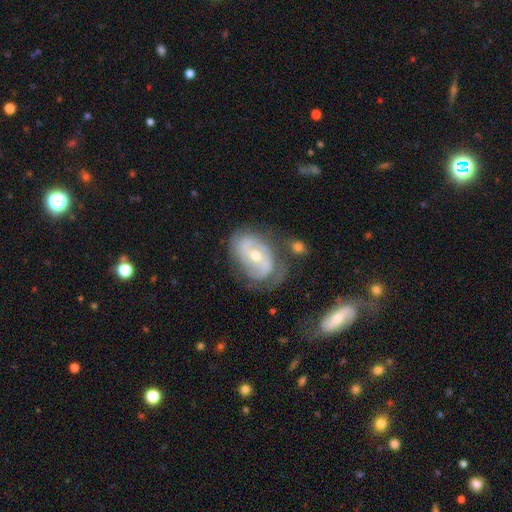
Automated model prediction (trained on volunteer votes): This is likely a featured or disk galaxy (80%). It is clearly not viewed edge-on (95%). Bar: marginally weak (41%). Spiral arm pattern: clearly yes (88%). Spiral arm count: likely 2 (63%). Spiral winding: possibly tight (48%). Central bulge: possibly moderate (59%). Merging: possibly none (59%).